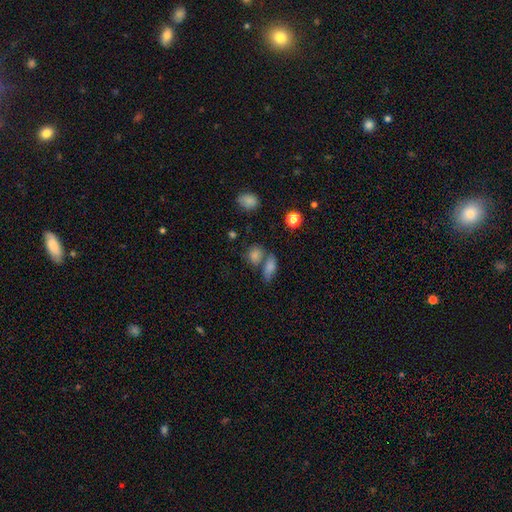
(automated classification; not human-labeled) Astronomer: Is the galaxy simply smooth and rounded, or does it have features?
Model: smooth — 64%.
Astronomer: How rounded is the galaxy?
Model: in between — 52% (runner-up: round, 40%).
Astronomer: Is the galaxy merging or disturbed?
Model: none — 49% (runner-up: merger, 34%).